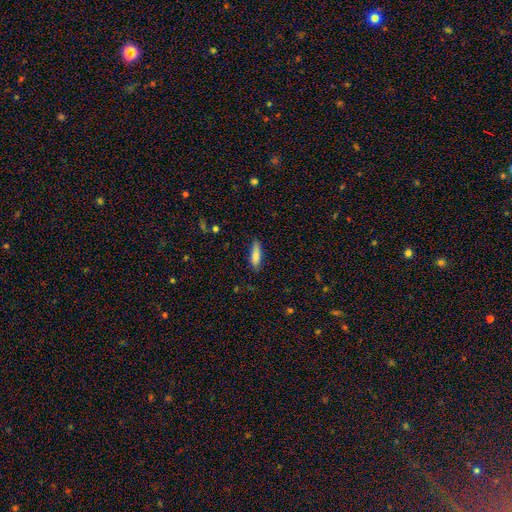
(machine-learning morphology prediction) smooth-or-featured: smooth: 81% | featured or disk: 13% | star or artifact: 6%
  how-rounded: cigar-shaped: 57% | in between: 41% | round: 2%
  merging: none: 80% | minor disturbance: 16% | major disturbance: 3% | merger: 1%